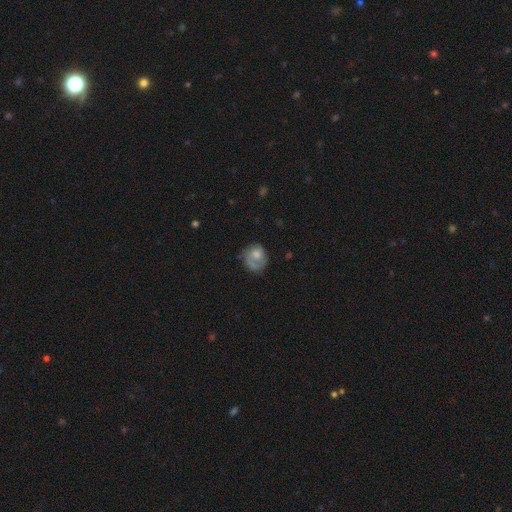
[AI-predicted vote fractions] Morphology: type=smooth (51%); roundness=round (64%); merging=none (49%).